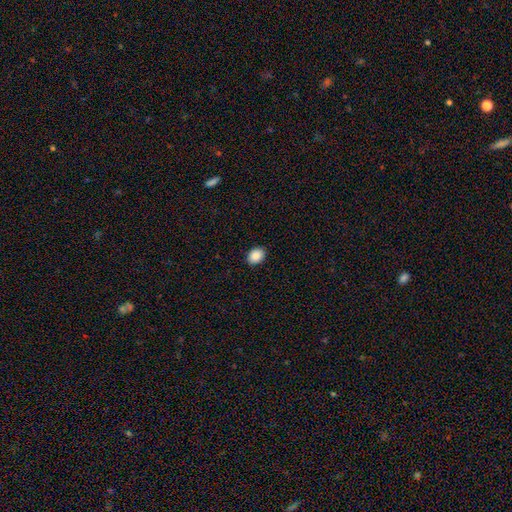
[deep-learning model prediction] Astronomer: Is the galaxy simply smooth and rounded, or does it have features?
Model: smooth — 89%.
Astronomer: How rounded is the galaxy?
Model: in between — 65%.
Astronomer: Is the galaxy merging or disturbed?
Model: none — 90%.